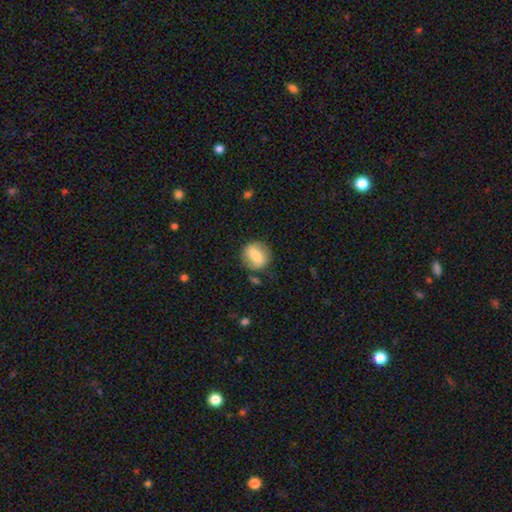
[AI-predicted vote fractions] A smooth galaxy with no disk features (65%) that is round (72%).

Vote fractions:
- Smooth or featured? smooth: 65% / featured or disk: 28% / star or artifact: 7%
- How rounded? round: 72% / in between: 26% / cigar-shaped: 2%
- Merging? none: 76% / minor disturbance: 15% / major disturbance: 5% / merger: 3%